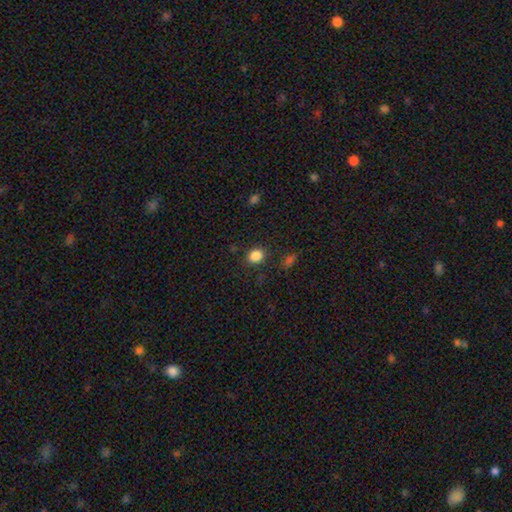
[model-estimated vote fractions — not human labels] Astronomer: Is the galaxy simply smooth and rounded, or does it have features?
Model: smooth — 85%.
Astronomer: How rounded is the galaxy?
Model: round — 55% (runner-up: in between, 44%).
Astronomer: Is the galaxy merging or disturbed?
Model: none — 85%.